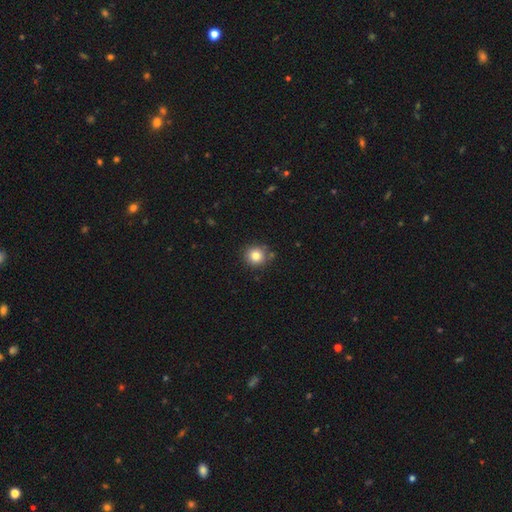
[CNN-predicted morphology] smooth-or-featured: smooth: 82% | star or artifact: 11% | featured or disk: 7%
  how-rounded: round: 91% | in between: 8% | cigar-shaped: 1%
  merging: none: 81% | minor disturbance: 11% | merger: 5% | major disturbance: 3%